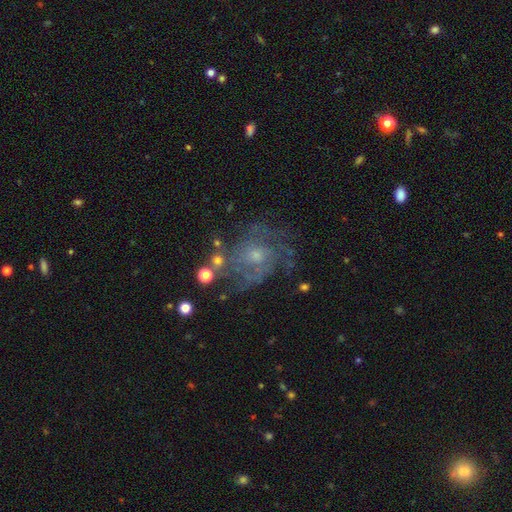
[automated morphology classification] This is likely a featured or disk galaxy (76%). It is clearly not viewed edge-on (97%). Bar: likely no (77%). Spiral arm pattern: clearly yes (85%). Spiral arm count: marginally can't tell (40%). Spiral winding: possibly tight (46%). Central bulge: possibly small (55%). Merging: possibly none (59%).